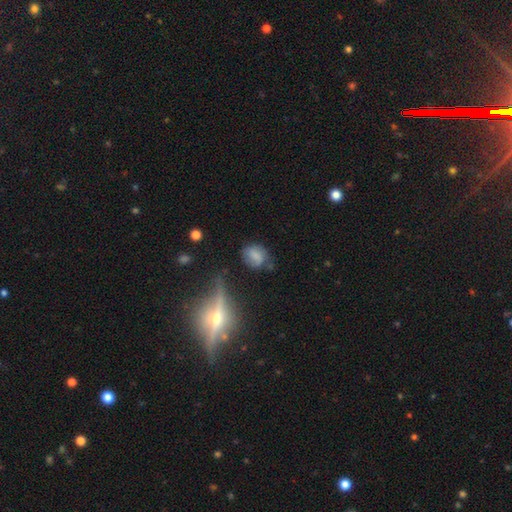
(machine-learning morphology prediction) Smooth or featured? smooth (73%)
How rounded? in between (55%)
Merging? none (61%)